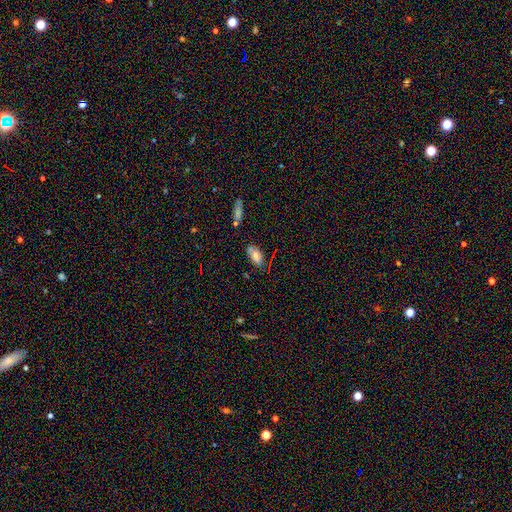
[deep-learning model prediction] Overall: smooth (76%). How rounded: in between (91%). Merging: none (67%).